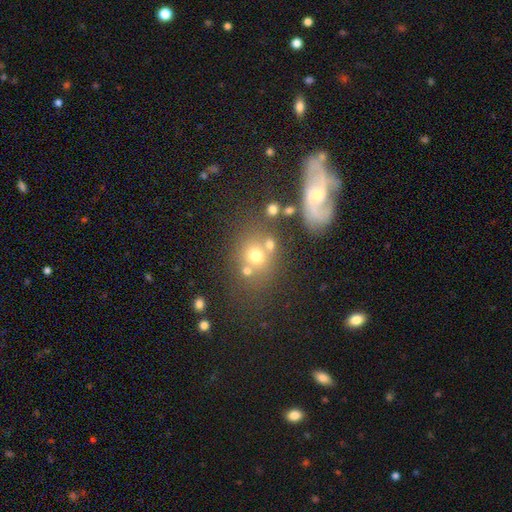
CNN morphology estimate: smooth-or-featured: smooth: 66% | star or artifact: 17% | featured or disk: 17%
  how-rounded: round: 71% | in between: 27% | cigar-shaped: 1%
  merging: none: 58% | merger: 22% | minor disturbance: 13% | major disturbance: 8%